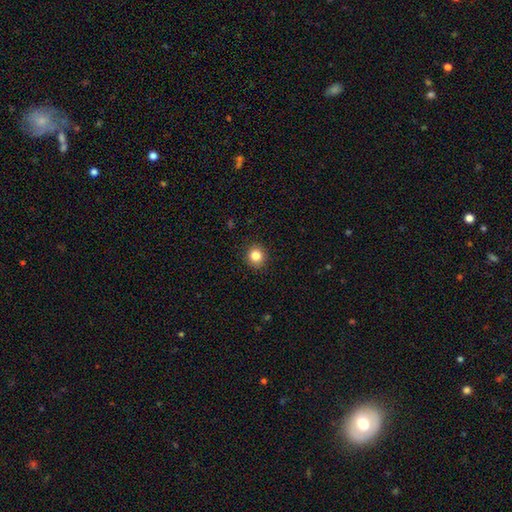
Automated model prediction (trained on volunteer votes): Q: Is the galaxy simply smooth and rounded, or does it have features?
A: smooth — 84%.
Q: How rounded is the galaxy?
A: round — 89%.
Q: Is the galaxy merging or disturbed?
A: none — 91%.